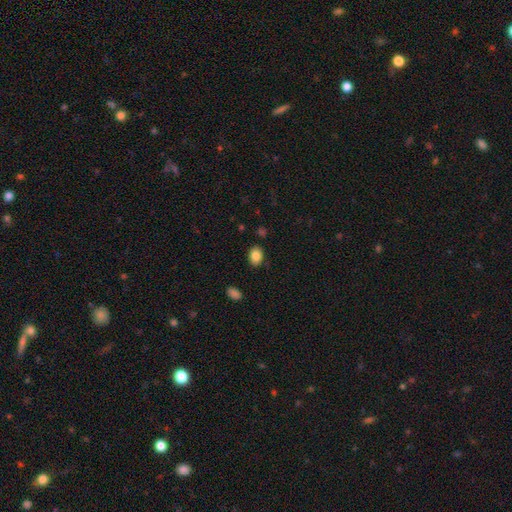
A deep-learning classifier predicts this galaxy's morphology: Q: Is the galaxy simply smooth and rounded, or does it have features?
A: smooth — 86%.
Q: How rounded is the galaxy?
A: in between — 74%.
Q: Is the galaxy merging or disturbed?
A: none — 85%.